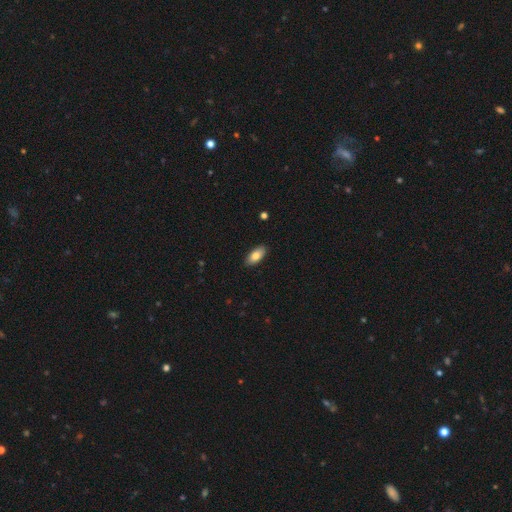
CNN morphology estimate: The model was most divided on "smooth or featured": smooth: 81%, featured or disk: 13%, star or artifact: 7%. More confident: how rounded — in between (89%); merging — none (89%).